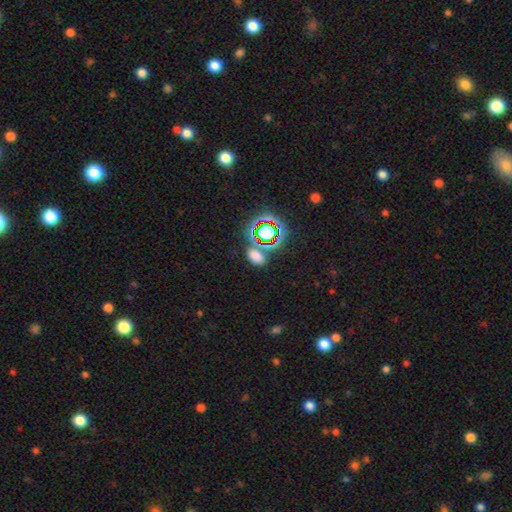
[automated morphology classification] Smooth or featured? smooth (64%)
How rounded? in between (80%)
Merging? none (67%)